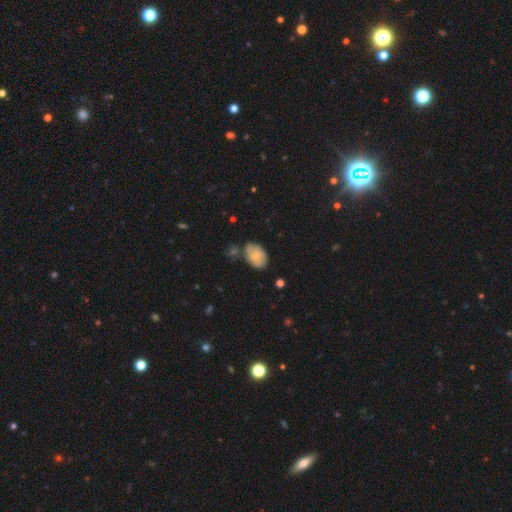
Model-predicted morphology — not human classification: Smooth or featured: smooth — 73% (featured or disk — 20%)
How rounded: in between — 89% (round — 10%)
Merging: none — 60% (minor disturbance — 26%)